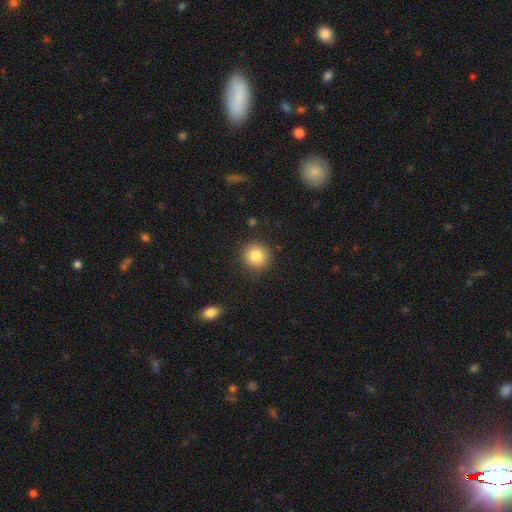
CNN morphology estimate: Smooth or featured: smooth — 84% (star or artifact — 10%)
How rounded: round — 91% (in between — 8%)
Merging: none — 89% (minor disturbance — 7%)